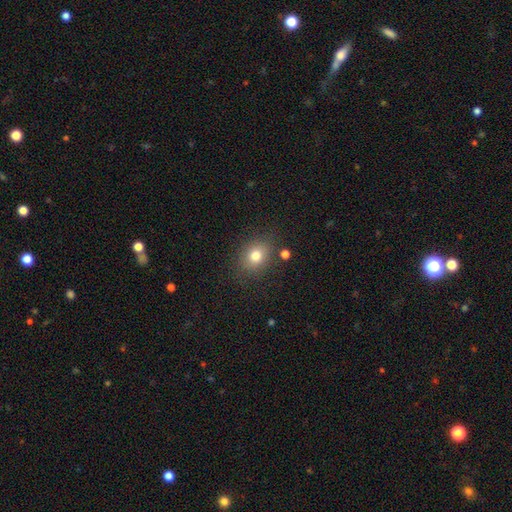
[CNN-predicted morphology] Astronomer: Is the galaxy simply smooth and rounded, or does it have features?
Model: smooth — 78%.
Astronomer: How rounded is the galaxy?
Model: round — 56% (runner-up: in between, 43%).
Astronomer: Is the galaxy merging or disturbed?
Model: none — 82%.